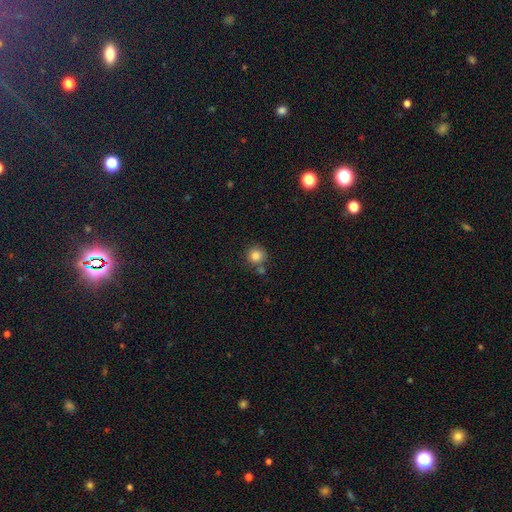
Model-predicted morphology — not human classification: A smooth galaxy with no disk features (83%) that is round (93%).

Vote fractions:
- Smooth or featured? smooth: 83% / star or artifact: 11% / featured or disk: 6%
- How rounded? round: 93% / in between: 6% / cigar-shaped: 1%
- Merging? none: 73% / merger: 13% / minor disturbance: 11% / major disturbance: 3%